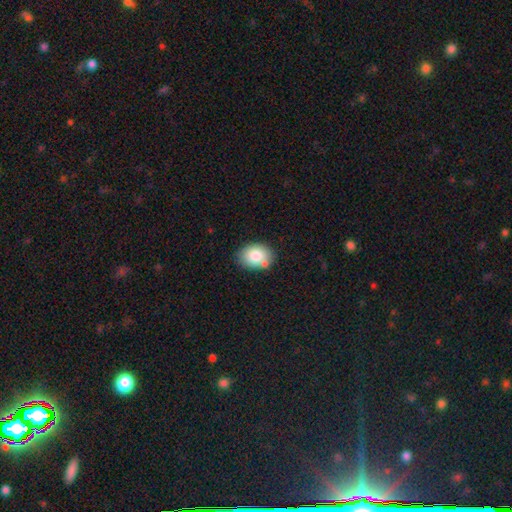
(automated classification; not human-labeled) Smooth or featured?
  - smooth: 81% *
  - featured or disk: 12%
  - star or artifact: 8%
How rounded?
  - in between: 69% *
  - round: 30%
  - cigar-shaped: 1%
Merging?
  - none: 71% *
  - minor disturbance: 16%
  - merger: 10%
  - major disturbance: 3%